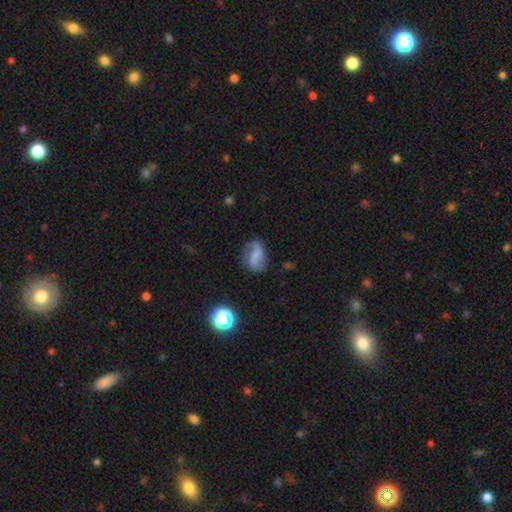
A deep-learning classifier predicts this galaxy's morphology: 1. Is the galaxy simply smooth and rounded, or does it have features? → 67% featured or disk, 23% smooth, 10% star or artifact.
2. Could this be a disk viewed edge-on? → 97% no, 3% yes.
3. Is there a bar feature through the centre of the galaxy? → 41% weak, 32% strong, 28% no.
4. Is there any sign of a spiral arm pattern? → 89% yes, 11% no.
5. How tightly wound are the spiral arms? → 67% loose, 26% medium, 8% tight.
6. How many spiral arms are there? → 86% 2, 7% 1, 5% can't tell, 1% 3, 1% 4, 1% more than 4.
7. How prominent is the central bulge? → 63% none, 21% small, 11% moderate, 4% large, 2% dominant.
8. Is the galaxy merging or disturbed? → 67% none, 20% minor disturbance, 11% major disturbance, 3% merger.